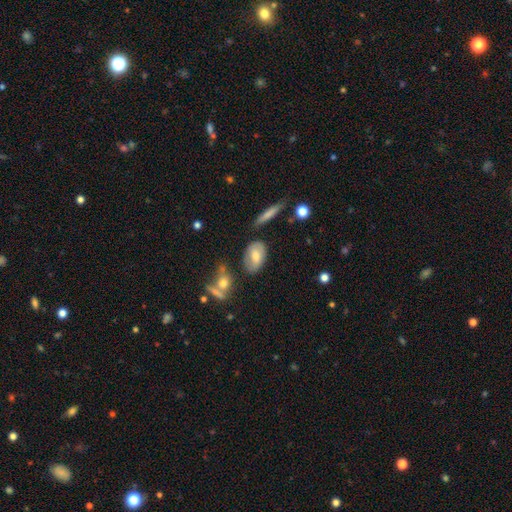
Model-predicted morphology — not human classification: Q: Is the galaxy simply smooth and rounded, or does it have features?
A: smooth — 68%.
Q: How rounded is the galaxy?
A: in between — 88%.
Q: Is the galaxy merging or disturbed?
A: none — 69%.